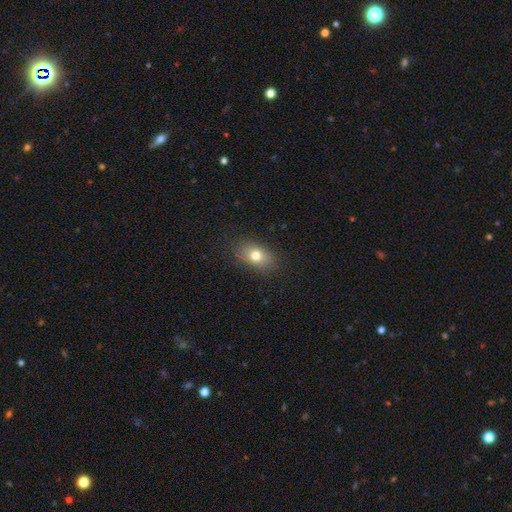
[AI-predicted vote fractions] Smooth or featured? Predicted: smooth (p=0.75). How rounded? Predicted: in between (p=0.78). Merging? Predicted: none (p=0.83).